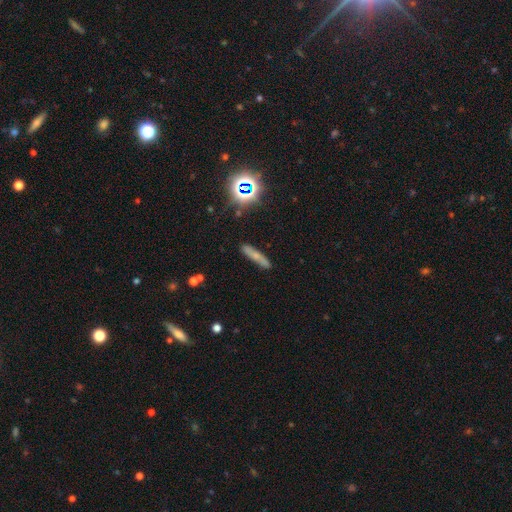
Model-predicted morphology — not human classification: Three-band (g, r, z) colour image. It shows a smooth galaxy with no disk features (56%) that is cigar-shaped (82%). Merging: none (80%).